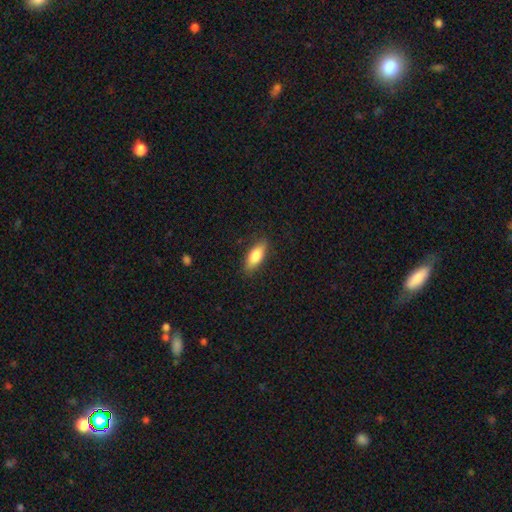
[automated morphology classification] Smooth or featured: smooth — 79% (featured or disk — 15%)
How rounded: in between — 73% (cigar-shaped — 24%)
Merging: none — 84% (minor disturbance — 12%)